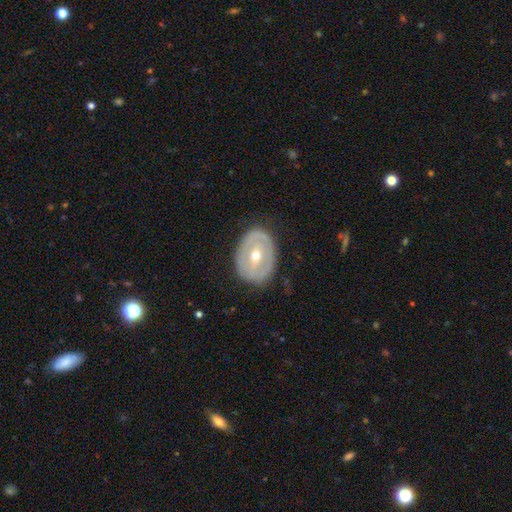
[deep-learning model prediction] Smooth or featured?
  - featured or disk: 68% *
  - smooth: 26%
  - star or artifact: 6%
Edge-on disk?
  - no: 93% *
  - yes: 7%
Bar?
  - weak: 38% *
  - no: 34%
  - strong: 27%
Spiral arms?
  - no: 65% *
  - yes: 35%
Bulge size?
  - moderate: 54% *
  - small: 43%
  - large: 1%
  - none: 1%
  - dominant: 1%
Merging?
  - none: 80% *
  - minor disturbance: 14%
  - major disturbance: 5%
  - merger: 1%